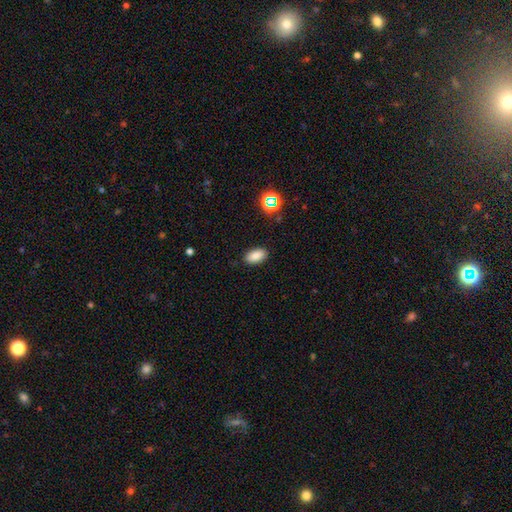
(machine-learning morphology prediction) This appears to be a smooth galaxy with no disk features (83%) that is in between round and cigar-shaped (92%). Merging: none (88%).